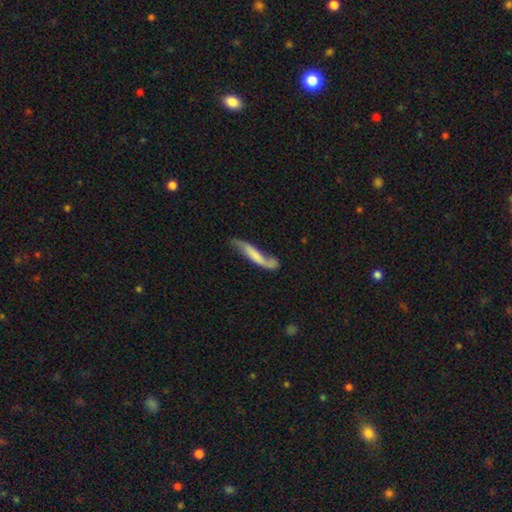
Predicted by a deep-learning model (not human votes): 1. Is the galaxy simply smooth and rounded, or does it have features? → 50% featured or disk, 44% smooth, 6% star or artifact.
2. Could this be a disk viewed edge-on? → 63% no, 37% yes.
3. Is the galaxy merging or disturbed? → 46% none, 27% minor disturbance, 18% major disturbance, 9% merger.